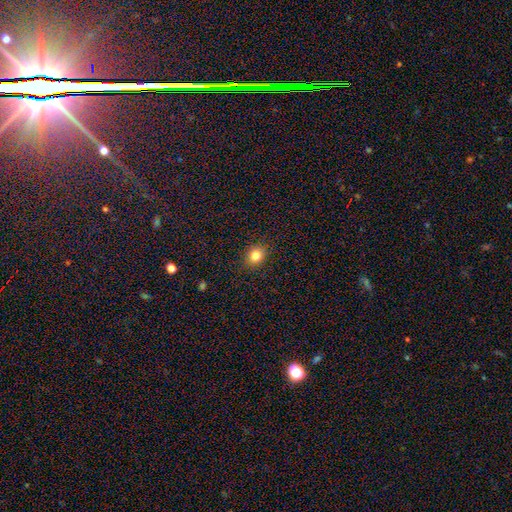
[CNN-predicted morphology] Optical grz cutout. It shows a smooth galaxy with no disk features (82%) that is round (63%). Merging: none (89%).